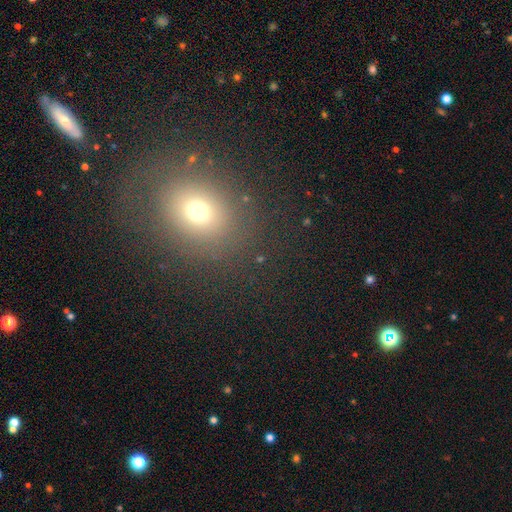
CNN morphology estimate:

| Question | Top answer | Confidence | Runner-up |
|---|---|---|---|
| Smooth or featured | smooth | 62% | star or artifact (27%) |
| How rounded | round | 62% | in between (37%) |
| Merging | none | 86% | minor disturbance (8%) |